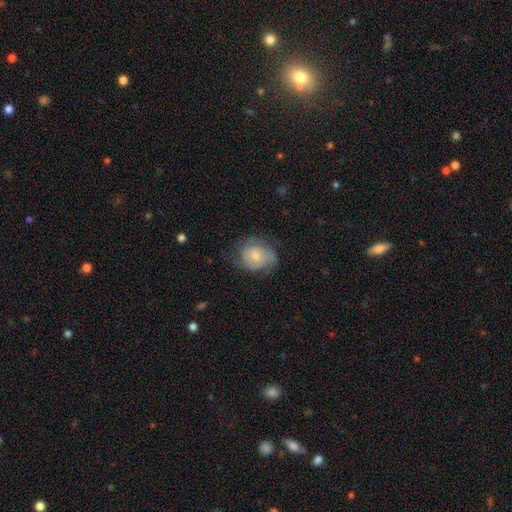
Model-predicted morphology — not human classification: This is possibly a smooth galaxy (47%). Merging: possibly none (55%).